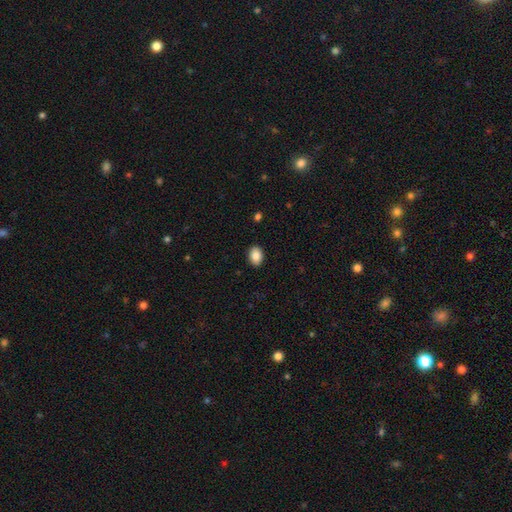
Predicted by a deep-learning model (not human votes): This is clearly a smooth galaxy (87%). How rounded: likely in between (76%). Merging: clearly none (90%).